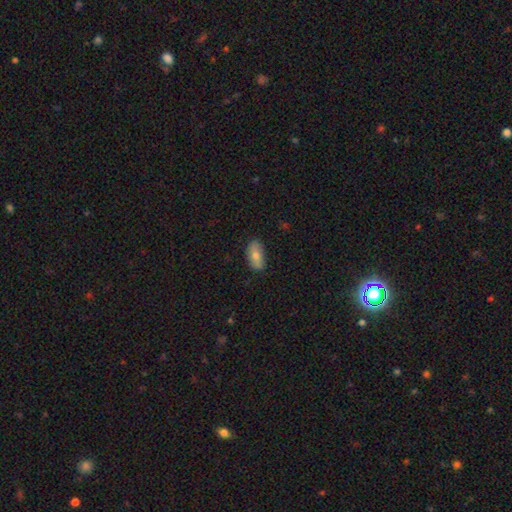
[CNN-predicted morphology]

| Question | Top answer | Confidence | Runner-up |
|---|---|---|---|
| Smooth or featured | smooth | 69% | featured or disk (23%) |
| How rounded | in between | 89% | cigar-shaped (7%) |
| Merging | none | 82% | minor disturbance (14%) |